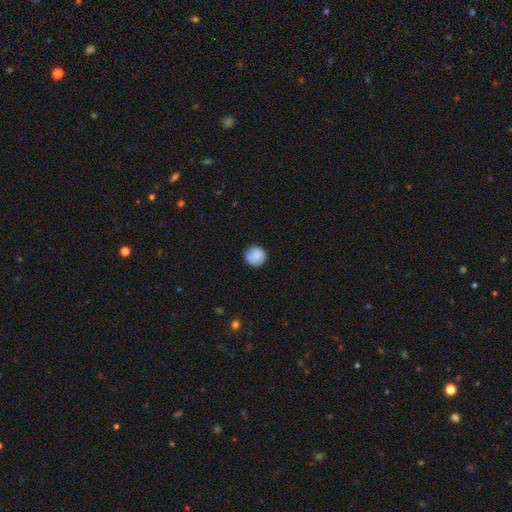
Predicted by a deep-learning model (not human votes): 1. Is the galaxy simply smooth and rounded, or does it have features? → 88% smooth, 7% star or artifact, 4% featured or disk.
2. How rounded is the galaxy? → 95% round, 4% in between, 1% cigar-shaped.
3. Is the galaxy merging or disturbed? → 90% none, 7% minor disturbance, 2% major disturbance, 1% merger.